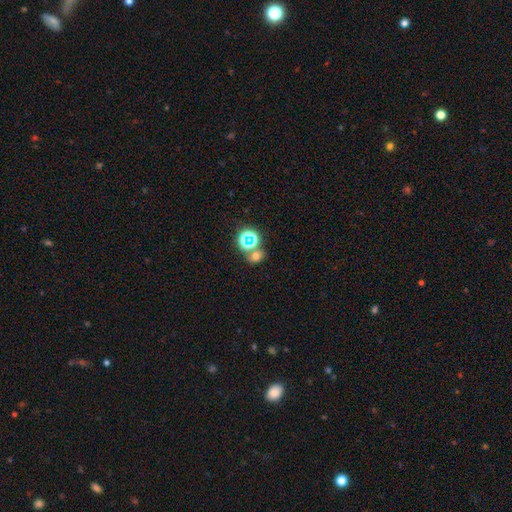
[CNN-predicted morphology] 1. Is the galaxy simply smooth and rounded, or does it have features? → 57% smooth, 33% star or artifact, 10% featured or disk.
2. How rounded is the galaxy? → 60% round, 39% in between, 1% cigar-shaped.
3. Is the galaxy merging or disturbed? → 60% none, 27% merger, 9% minor disturbance, 4% major disturbance.